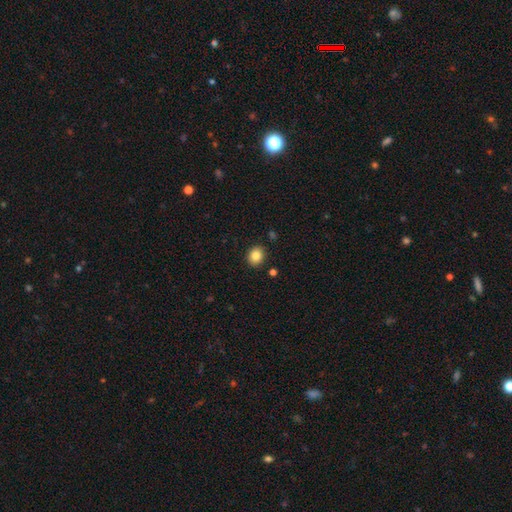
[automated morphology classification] smooth_or_featured: smooth (p=0.84) [alt: star or artifact p=0.10]
how_rounded: round (p=0.66) [alt: in between p=0.33]
merging: none (p=0.89) [alt: minor disturbance p=0.07]